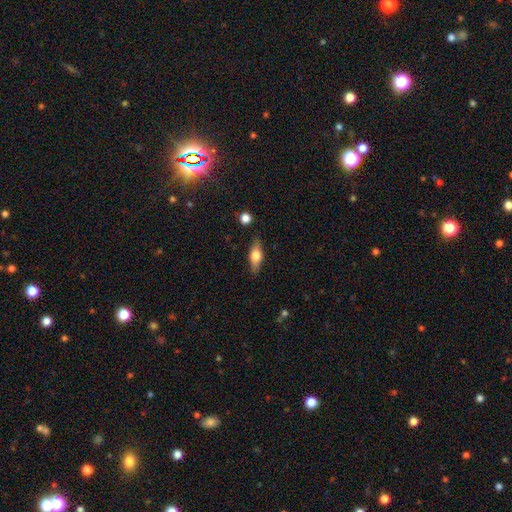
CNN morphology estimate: This appears to be a smooth galaxy with no disk features (59%) that is in between round and cigar-shaped (66%). Merging: none (84%).